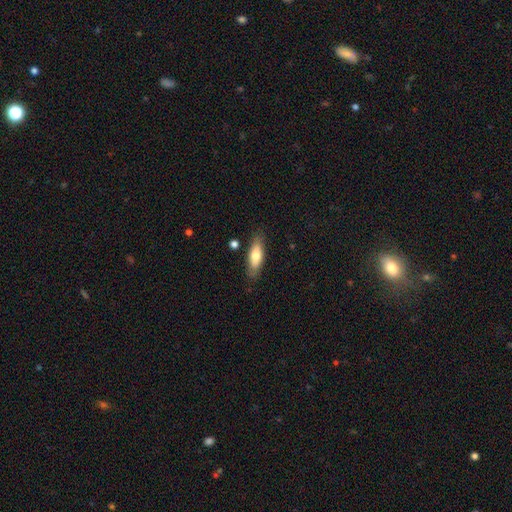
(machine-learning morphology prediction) Smooth or featured: smooth — 68% (featured or disk — 26%)
How rounded: in between — 57% (cigar-shaped — 40%)
Merging: none — 83% (minor disturbance — 12%)